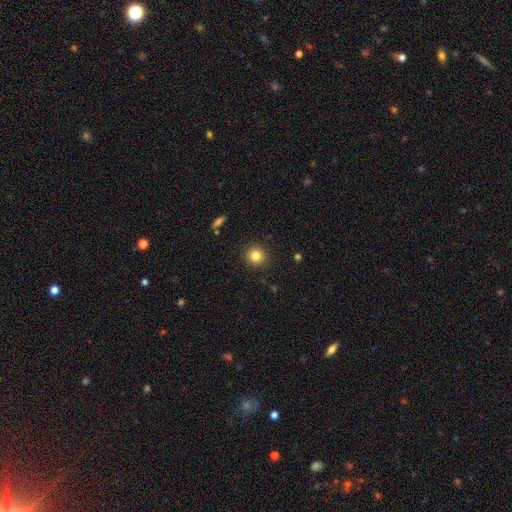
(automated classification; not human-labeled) Morphology: type=smooth (82%); roundness=round (93%); merging=none (91%).